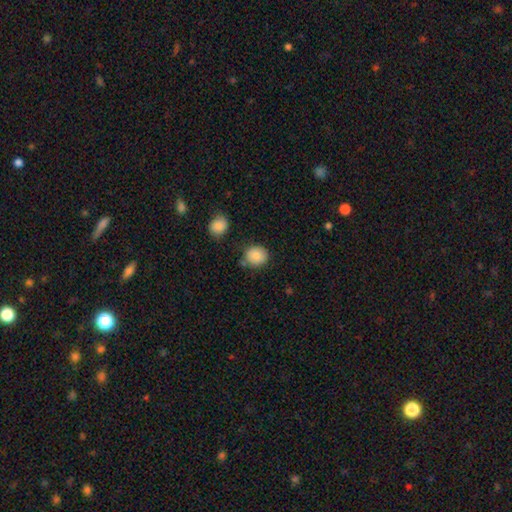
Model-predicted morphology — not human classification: Q: Smooth or featured?
A: smooth (87%); runner-up: star or artifact (8%)
Q: How rounded?
A: round (79%); runner-up: in between (20%)
Q: Merging?
A: none (73%); runner-up: minor disturbance (16%)